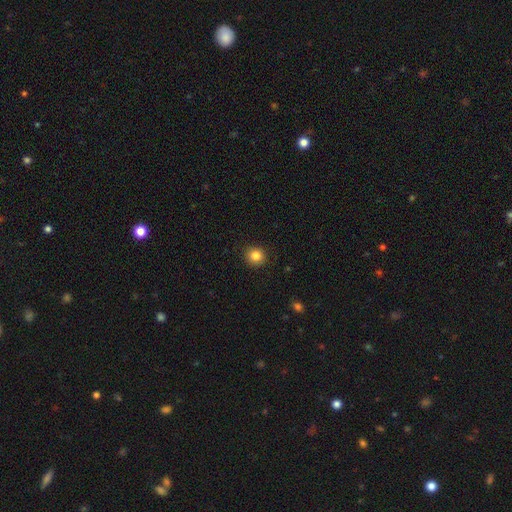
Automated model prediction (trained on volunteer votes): This appears to be a smooth galaxy with no disk features (84%) that is round (91%). Merging: none (91%).